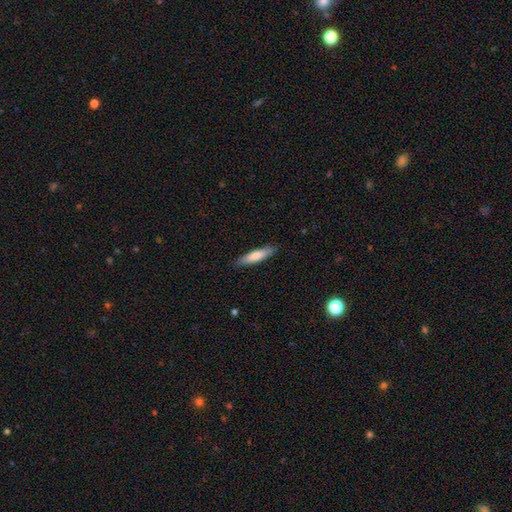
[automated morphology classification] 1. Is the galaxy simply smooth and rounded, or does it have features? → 74% smooth, 21% featured or disk, 5% star or artifact.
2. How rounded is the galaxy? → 78% cigar-shaped, 20% in between, 1% round.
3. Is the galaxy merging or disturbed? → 88% none, 10% minor disturbance, 2% major disturbance, 1% merger.